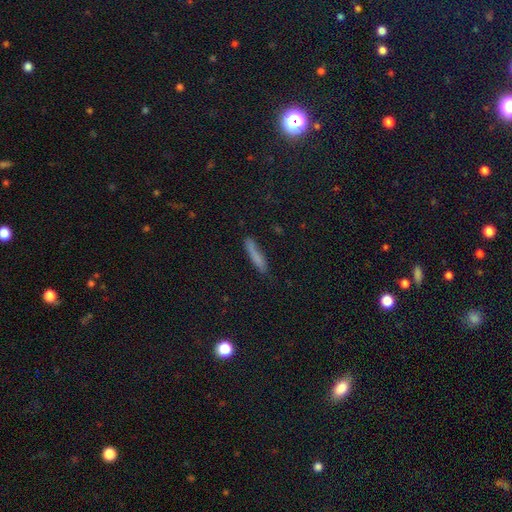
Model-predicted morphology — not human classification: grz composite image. It shows a smooth galaxy with no disk features (76%) that is cigar-shaped (90%). Merging: none (75%).